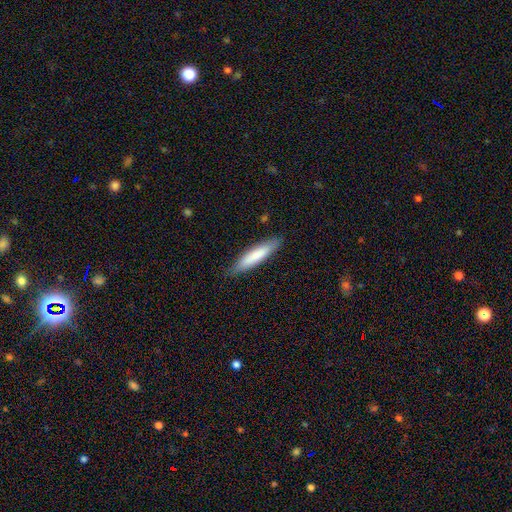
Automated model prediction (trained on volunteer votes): The model was most divided on "smooth or featured": smooth: 77%, featured or disk: 18%, star or artifact: 5%. More confident: merging — none (85%); how rounded — cigar-shaped (82%).